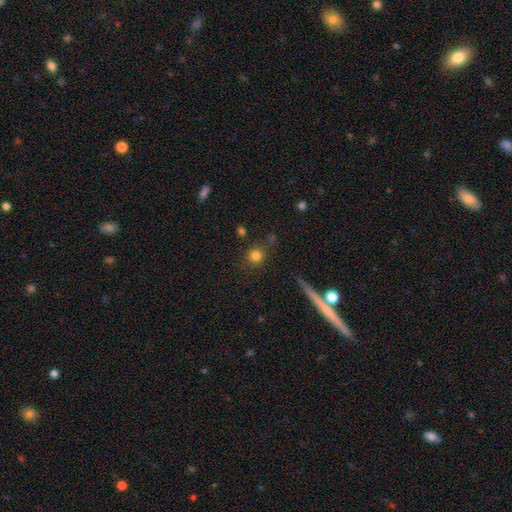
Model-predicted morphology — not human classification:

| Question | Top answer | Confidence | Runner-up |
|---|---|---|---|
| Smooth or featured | smooth | 80% | star or artifact (13%) |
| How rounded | round | 91% | in between (7%) |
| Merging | none | 83% | minor disturbance (9%) |